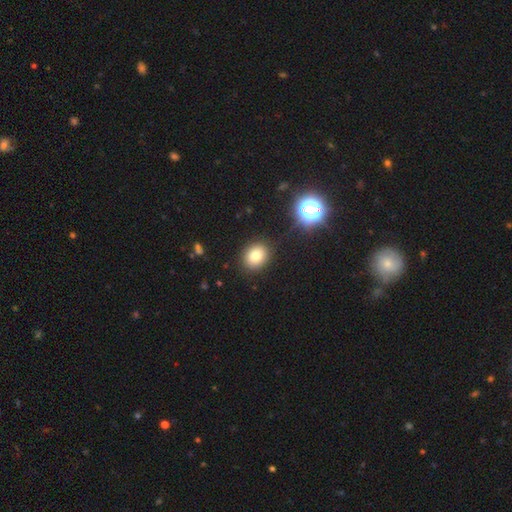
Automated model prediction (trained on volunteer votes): smooth 78%, star or artifact 13%, featured or disk 8%. Down the decision tree: how rounded — round (60%); merging — none (87%).